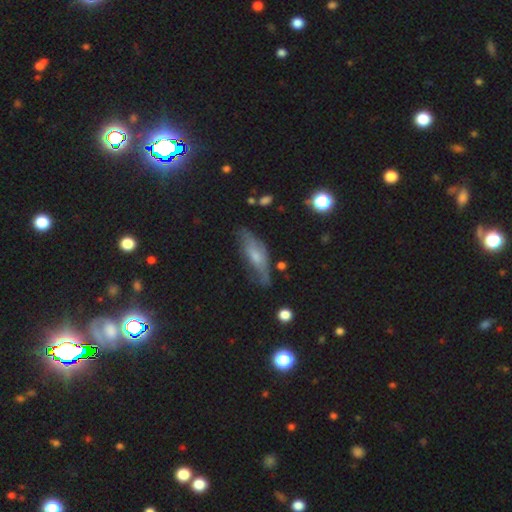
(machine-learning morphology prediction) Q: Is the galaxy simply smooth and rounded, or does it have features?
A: featured or disk — 43%.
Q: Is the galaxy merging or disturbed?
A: none — 61%.